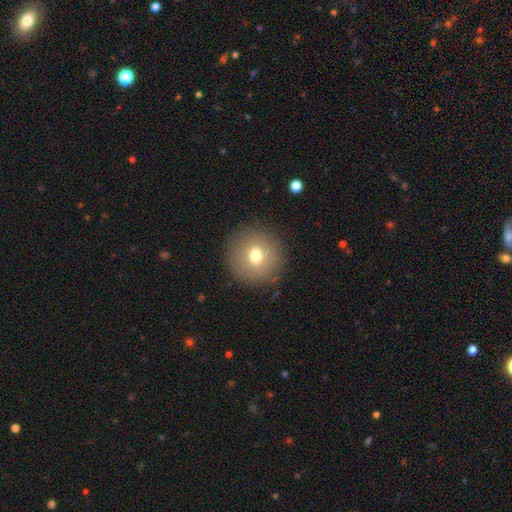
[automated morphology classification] Q: Smooth or featured?
A: smooth (72%); runner-up: featured or disk (17%)
Q: How rounded?
A: round (93%); runner-up: in between (6%)
Q: Merging?
A: none (89%); runner-up: minor disturbance (7%)